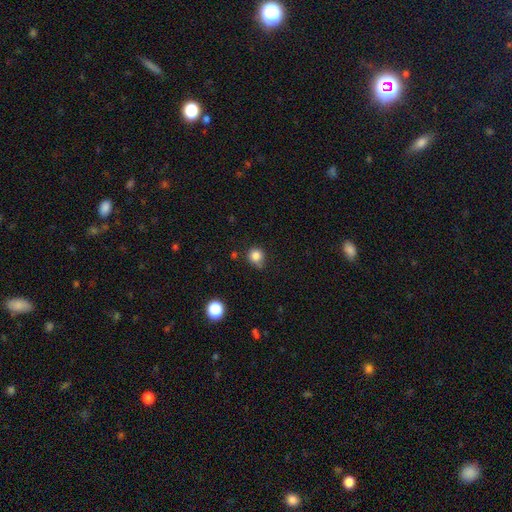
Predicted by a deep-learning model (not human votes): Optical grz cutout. It shows a smooth galaxy with no disk features (83%) that is round (88%). Merging: none (66%).